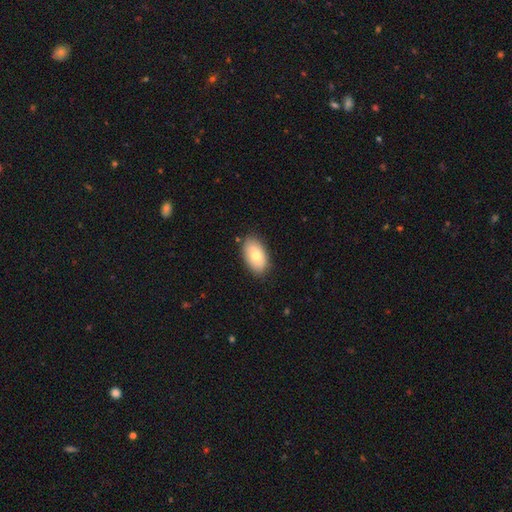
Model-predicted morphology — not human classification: Smooth or featured?
  - smooth: 71% *
  - featured or disk: 22%
  - star or artifact: 6%
How rounded?
  - in between: 93% *
  - round: 6%
  - cigar-shaped: 1%
Merging?
  - none: 85% *
  - minor disturbance: 11%
  - major disturbance: 2%
  - merger: 1%